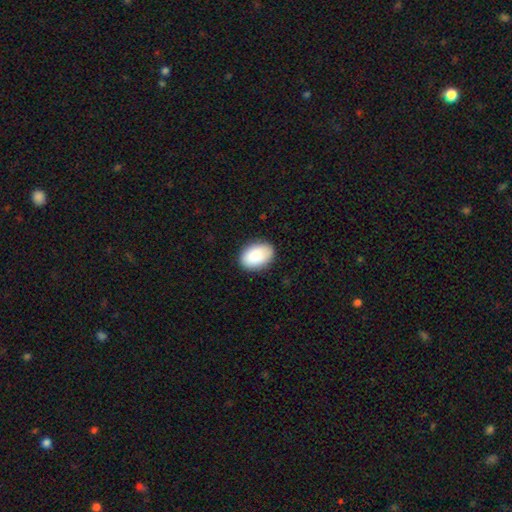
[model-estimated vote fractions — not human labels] smooth_or_featured: smooth (p=0.89) [alt: star or artifact p=0.06]
how_rounded: in between (p=0.87) [alt: round p=0.12]
merging: none (p=0.87) [alt: minor disturbance p=0.09]